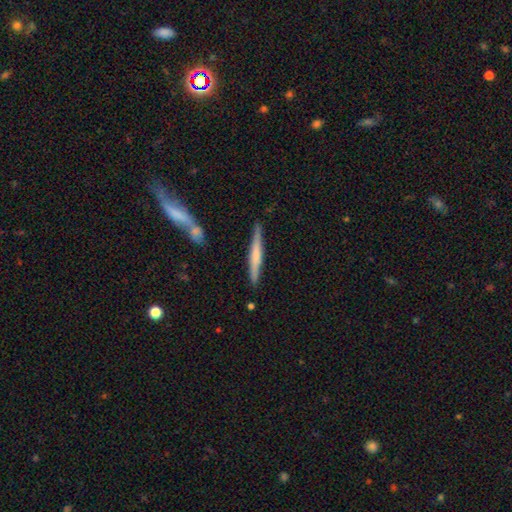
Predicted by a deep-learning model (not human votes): The model was most divided on "smooth or featured": featured or disk: 49%, smooth: 45%, star or artifact: 5%. More confident: merging — none (81%).